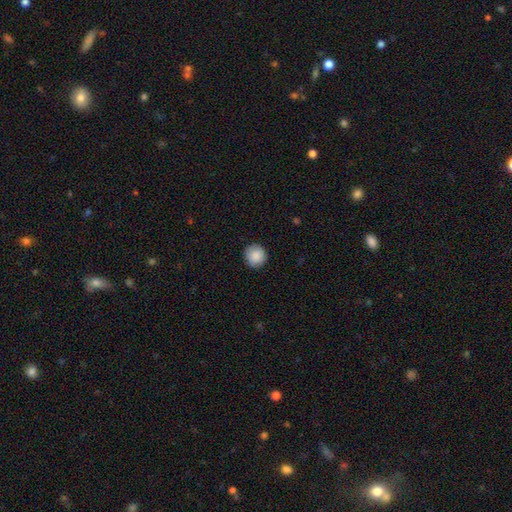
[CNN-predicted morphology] This is clearly a smooth galaxy (88%). How rounded: clearly round (94%). Merging: clearly none (88%).